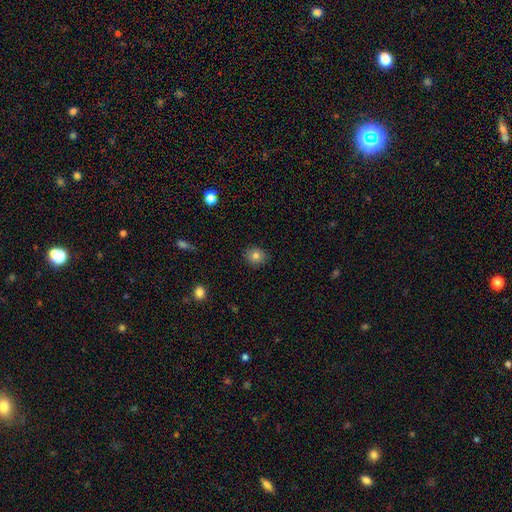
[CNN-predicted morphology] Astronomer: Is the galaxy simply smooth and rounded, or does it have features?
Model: smooth — 81%.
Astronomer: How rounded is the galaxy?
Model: round — 75%.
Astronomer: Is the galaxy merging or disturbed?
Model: none — 88%.